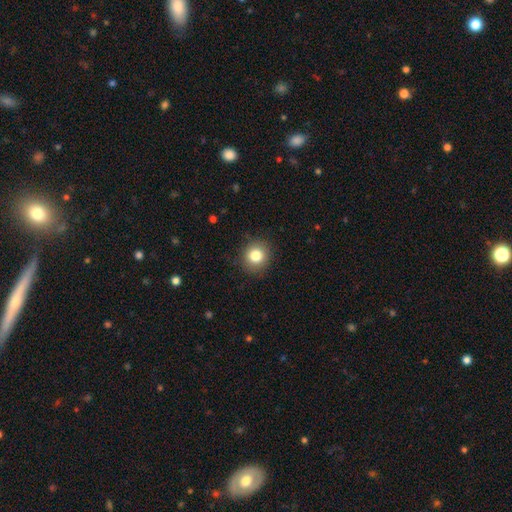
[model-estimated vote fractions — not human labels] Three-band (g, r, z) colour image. It shows a smooth galaxy with no disk features (82%) that is round (88%). Merging: none (90%).